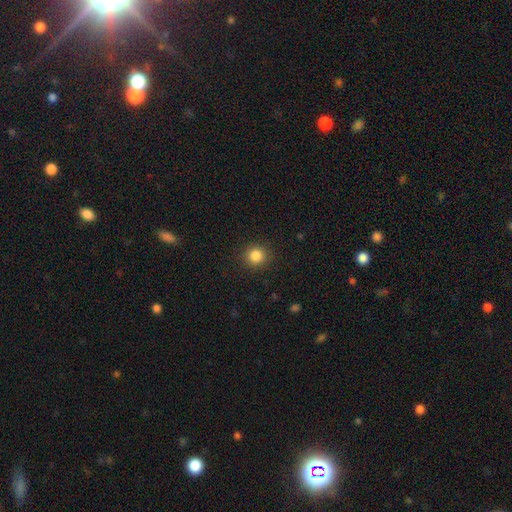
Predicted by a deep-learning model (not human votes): smooth-or-featured: smooth: 85% | star or artifact: 11% | featured or disk: 4%
  how-rounded: round: 91% | in between: 8% | cigar-shaped: 1%
  merging: none: 90% | minor disturbance: 6% | major disturbance: 2% | merger: 1%